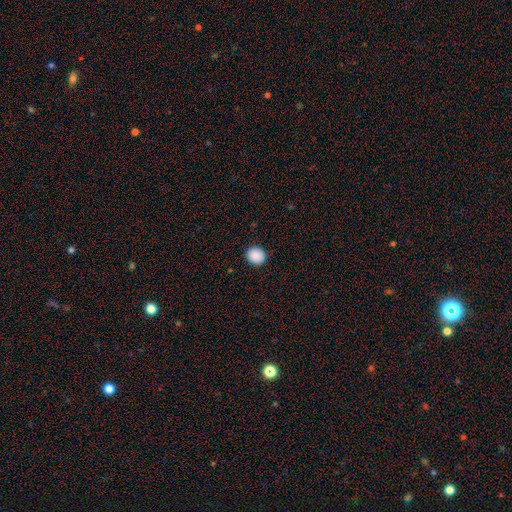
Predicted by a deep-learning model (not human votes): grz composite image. It shows a smooth galaxy with no disk features (90%) that is round (81%). Merging: none (92%).